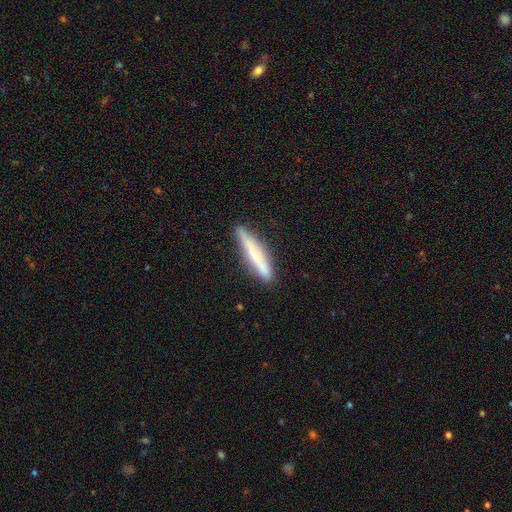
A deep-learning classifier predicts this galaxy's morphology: A smooth galaxy with no disk features (56%) that is cigar-shaped (93%).

Vote fractions:
- Smooth or featured? smooth: 56% / featured or disk: 38% / star or artifact: 6%
- How rounded? cigar-shaped: 93% / in between: 6% / round: 1%
- Merging? none: 87% / minor disturbance: 10% / major disturbance: 2% / merger: 1%